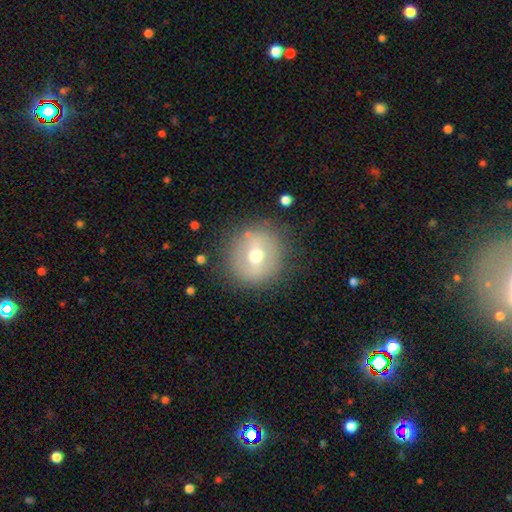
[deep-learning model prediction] This appears to be a smooth galaxy with no disk features (51%) that is round (89%). Merging: none (84%).